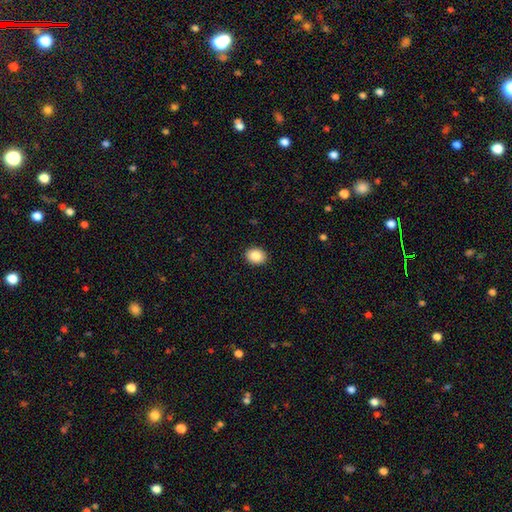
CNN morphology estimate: Q: Smooth or featured?
A: smooth (87%); runner-up: star or artifact (8%)
Q: How rounded?
A: in between (61%); runner-up: round (38%)
Q: Merging?
A: none (91%); runner-up: minor disturbance (6%)